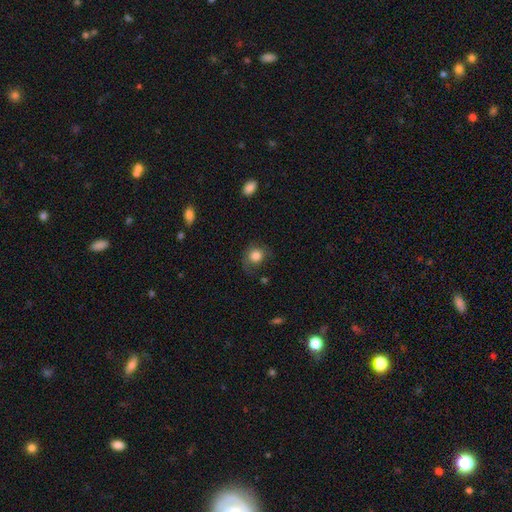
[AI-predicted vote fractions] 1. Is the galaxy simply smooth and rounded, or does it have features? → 81% smooth, 10% featured or disk, 9% star or artifact.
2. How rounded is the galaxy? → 79% round, 20% in between, 1% cigar-shaped.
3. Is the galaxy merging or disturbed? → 60% none, 25% minor disturbance, 13% major disturbance, 2% merger.